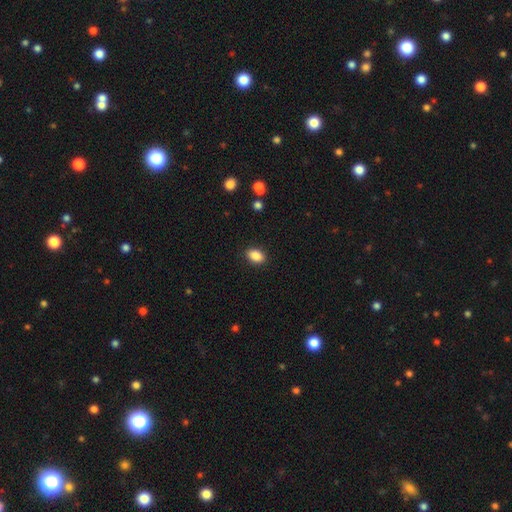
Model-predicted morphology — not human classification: type=smooth (87%); roundness=in between (82%); merging=none (89%).